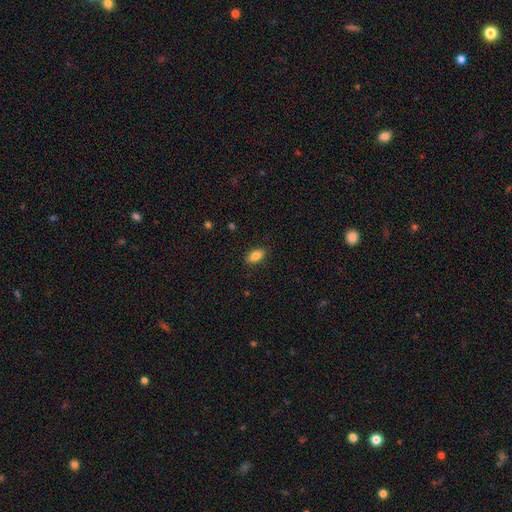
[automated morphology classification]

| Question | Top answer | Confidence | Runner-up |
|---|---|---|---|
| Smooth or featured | smooth | 85% | star or artifact (8%) |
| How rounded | in between | 90% | round (5%) |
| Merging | none | 87% | minor disturbance (9%) |